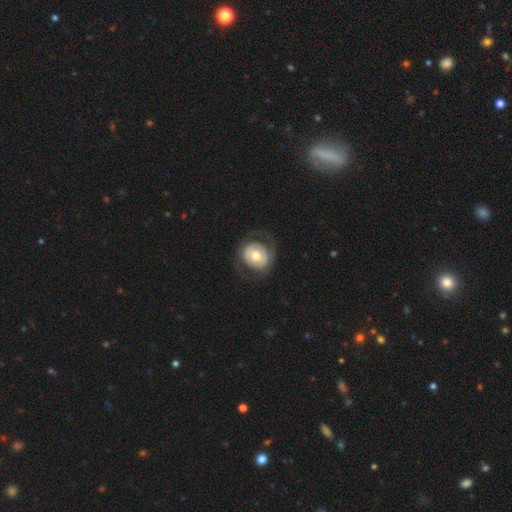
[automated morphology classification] A featured or disk galaxy (48%).

Vote fractions:
- Smooth or featured? featured or disk: 48% / smooth: 46% / star or artifact: 6%
- Merging? none: 76% / minor disturbance: 12% / major disturbance: 11% / merger: 1%